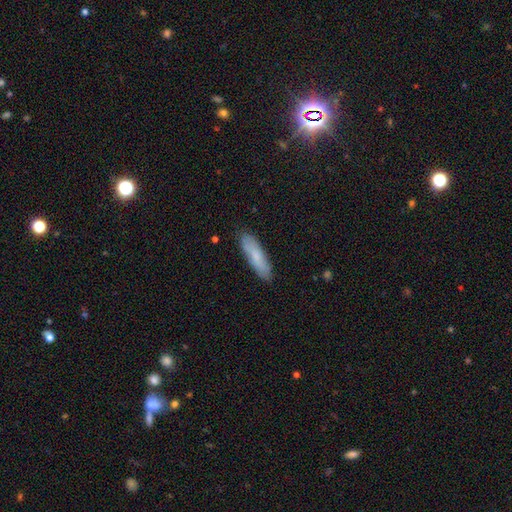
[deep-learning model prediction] smooth_or_featured: smooth (p=0.75) [alt: featured or disk p=0.18]
how_rounded: cigar-shaped (p=0.68) [alt: in between p=0.31]
merging: none (p=0.86) [alt: minor disturbance p=0.11]